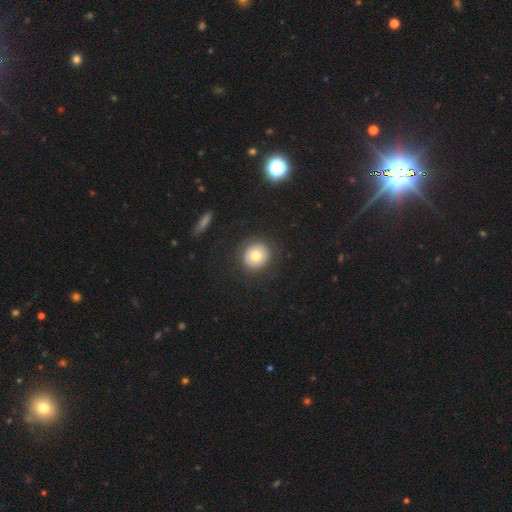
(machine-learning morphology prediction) smooth-or-featured: smooth: 71% | featured or disk: 19% | star or artifact: 9%
  how-rounded: round: 88% | in between: 11% | cigar-shaped: 1%
  merging: none: 86% | minor disturbance: 8% | major disturbance: 4% | merger: 1%